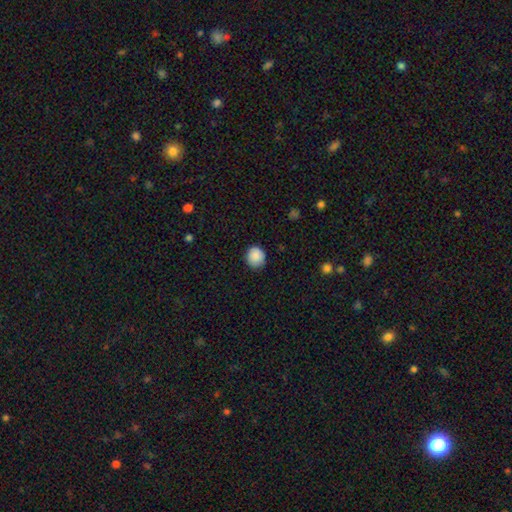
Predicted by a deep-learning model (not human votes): Smooth or featured? smooth (88%)
How rounded? round (89%)
Merging? none (88%)